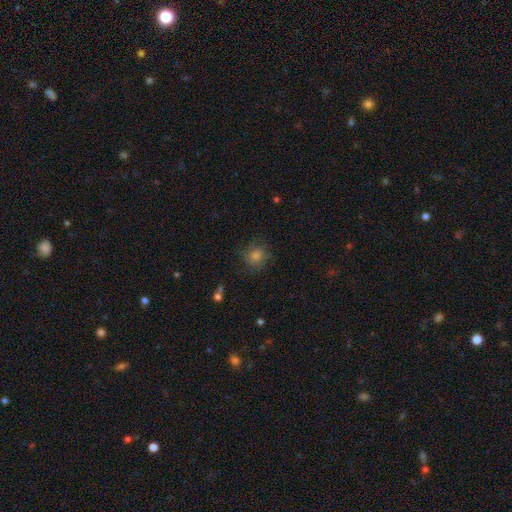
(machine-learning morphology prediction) smooth-or-featured: smooth: 62% | star or artifact: 21% | featured or disk: 17%
  how-rounded: round: 86% | in between: 13% | cigar-shaped: 1%
  merging: none: 76% | minor disturbance: 15% | major disturbance: 7% | merger: 2%